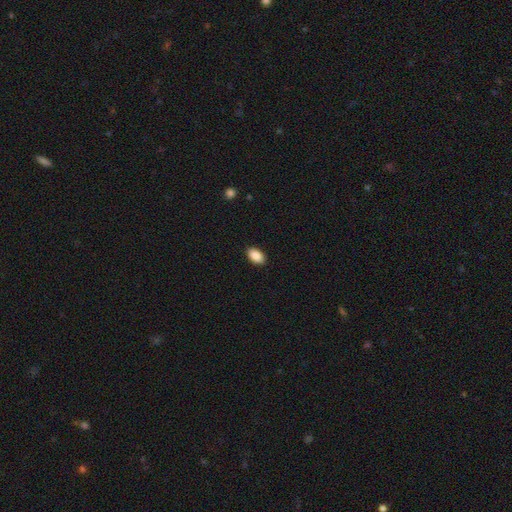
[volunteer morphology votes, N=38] smooth 95%, featured or disk 3%, star or artifact 3%. Down the decision tree: how rounded — in between (89%); merging — none (84%).